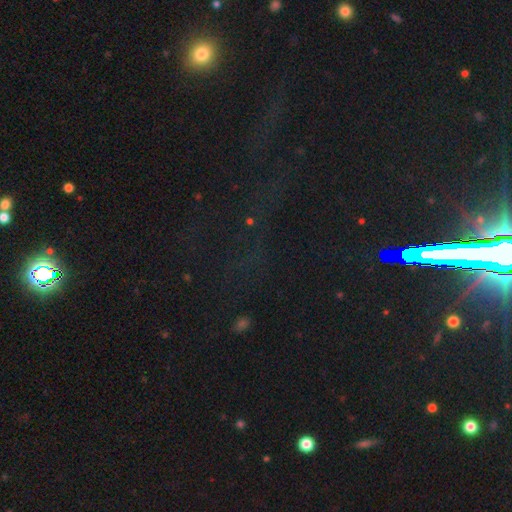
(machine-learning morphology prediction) Smooth or featured? star or artifact (68%)